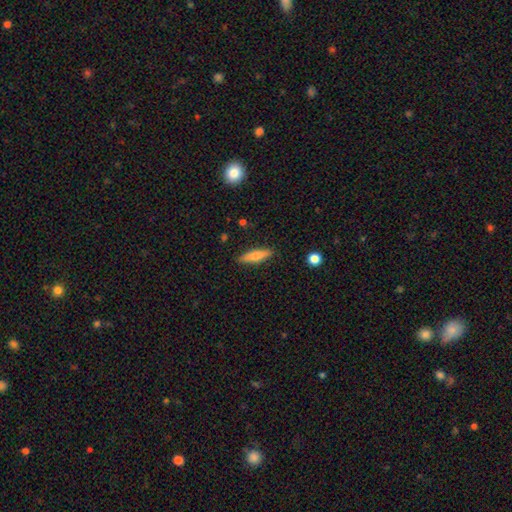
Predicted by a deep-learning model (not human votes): A smooth galaxy with no disk features (72%) that is cigar-shaped (69%).

Vote fractions:
- Smooth or featured? smooth: 72% / featured or disk: 21% / star or artifact: 7%
- How rounded? cigar-shaped: 69% / in between: 29% / round: 2%
- Merging? none: 88% / minor disturbance: 9% / major disturbance: 2% / merger: 1%